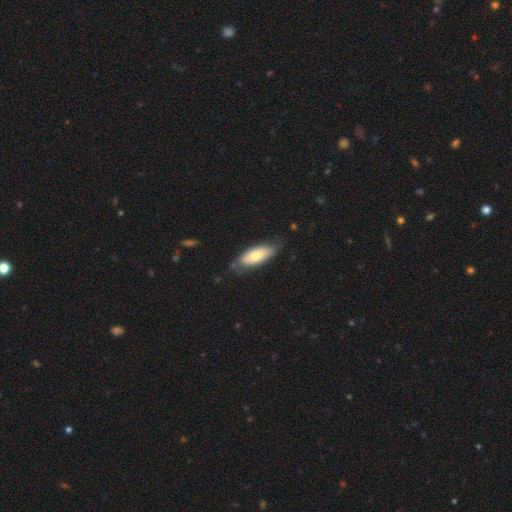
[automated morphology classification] A smooth galaxy with no disk features (66%) that is in between round and cigar-shaped (80%).

Vote fractions:
- Smooth or featured? smooth: 66% / featured or disk: 28% / star or artifact: 6%
- How rounded? in between: 80% / cigar-shaped: 18% / round: 2%
- Merging? none: 68% / minor disturbance: 24% / major disturbance: 6% / merger: 2%